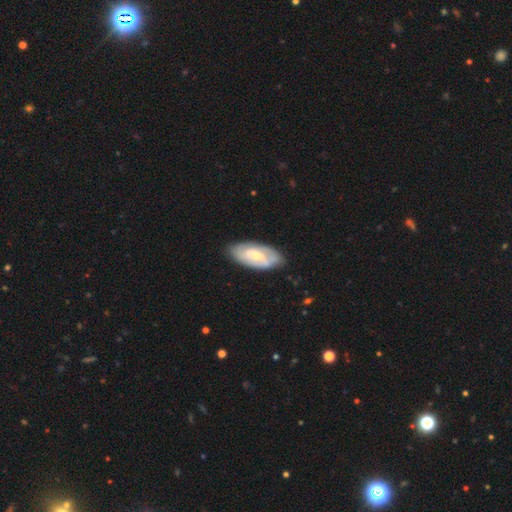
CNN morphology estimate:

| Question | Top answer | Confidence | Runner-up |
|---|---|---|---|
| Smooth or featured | featured or disk | 59% | smooth (35%) |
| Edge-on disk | no | 93% | yes (7%) |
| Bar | no | 43% | tied: weak (43%) |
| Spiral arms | yes | 78% | no (22%) |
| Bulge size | small | 59% | moderate (34%) |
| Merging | none | 78% | minor disturbance (17%) |